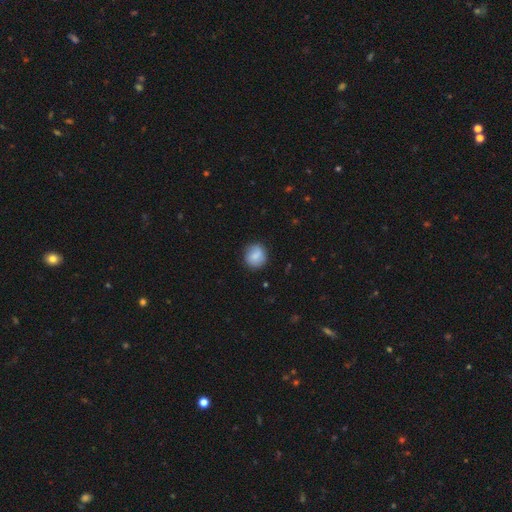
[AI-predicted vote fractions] smooth-or-featured: smooth: 81% | featured or disk: 12% | star or artifact: 8%
  how-rounded: round: 88% | in between: 11% | cigar-shaped: 1%
  merging: none: 85% | minor disturbance: 11% | major disturbance: 3% | merger: 1%